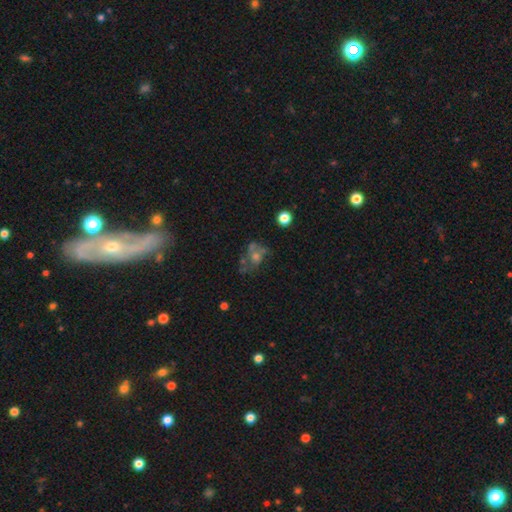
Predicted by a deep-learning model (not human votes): A featured or disk galaxy (47%).

Vote fractions:
- Smooth or featured? featured or disk: 47% / smooth: 28% / star or artifact: 25%
- Merging? none: 41% / major disturbance: 25% / minor disturbance: 18% / merger: 16%